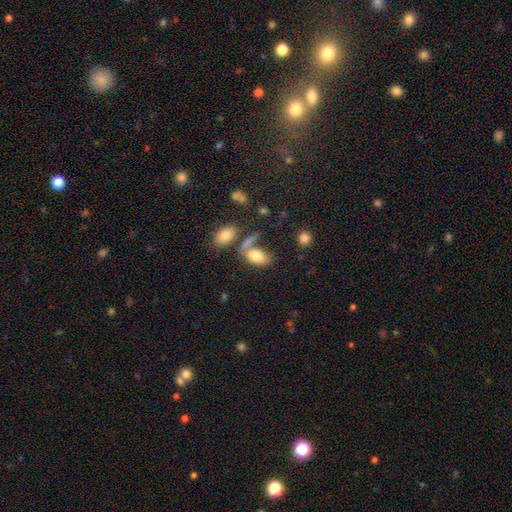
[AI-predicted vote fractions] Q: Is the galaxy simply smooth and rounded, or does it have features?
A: smooth — 79%.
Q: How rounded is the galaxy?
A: in between — 92%.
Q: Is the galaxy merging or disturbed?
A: none — 38%.